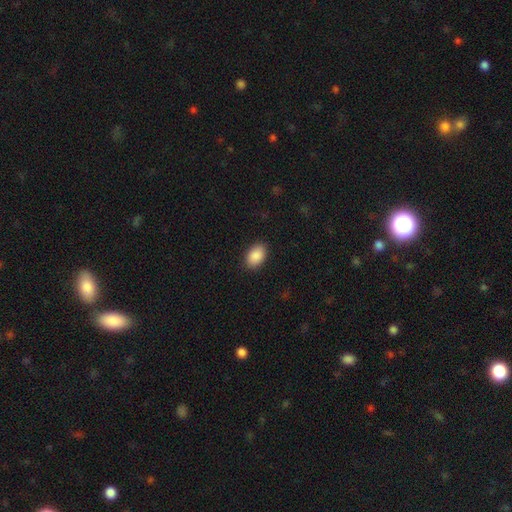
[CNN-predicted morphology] The model was most divided on "how rounded": in between: 88%, round: 11%, cigar-shaped: 1%. More confident: smooth or featured — smooth (89%); merging — none (89%).